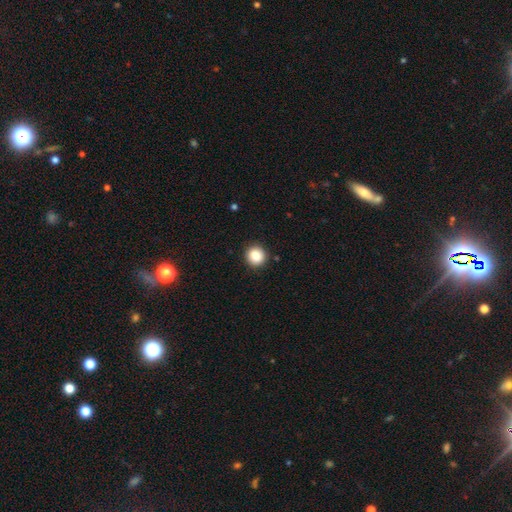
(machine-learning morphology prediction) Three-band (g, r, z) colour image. It shows a smooth galaxy with no disk features (85%) that is round (89%). Merging: none (91%).